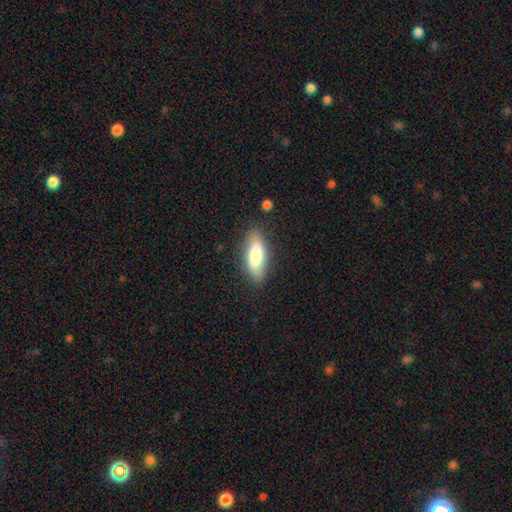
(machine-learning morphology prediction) A smooth galaxy with no disk features (69%) that is in between round and cigar-shaped (62%). Merging: none (81%).